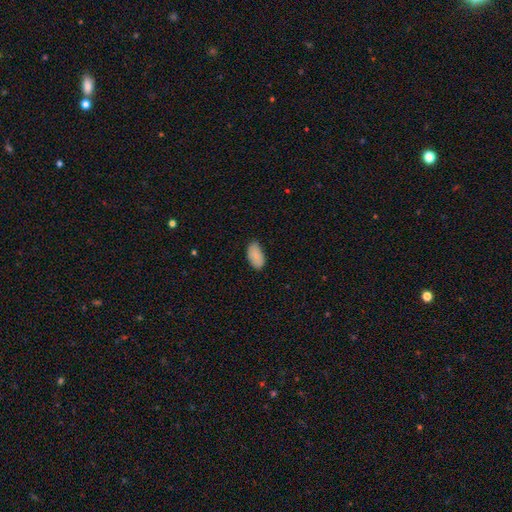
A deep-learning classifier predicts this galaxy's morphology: Smooth or featured? smooth (87%)
How rounded? in between (94%)
Merging? none (77%)